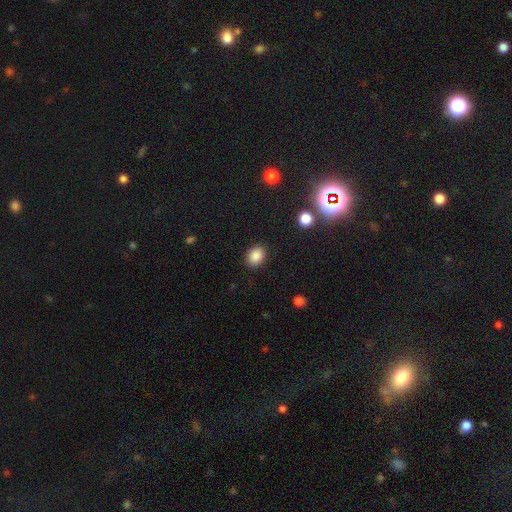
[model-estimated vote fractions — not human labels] This appears to be a smooth galaxy with no disk features (87%) that is in between round and cigar-shaped (51%). Merging: none (89%).